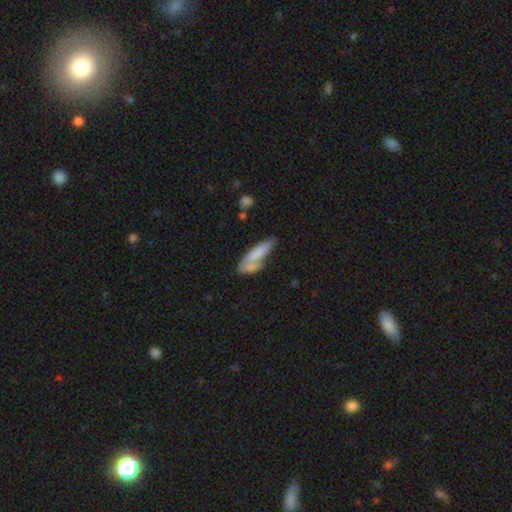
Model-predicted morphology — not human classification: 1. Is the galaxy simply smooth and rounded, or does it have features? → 72% smooth, 20% featured or disk, 8% star or artifact.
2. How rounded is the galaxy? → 58% cigar-shaped, 39% in between, 2% round.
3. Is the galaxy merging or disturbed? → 41% none, 29% merger, 20% minor disturbance, 10% major disturbance.